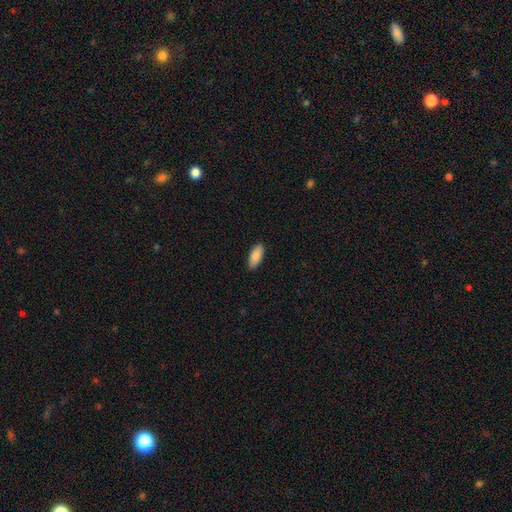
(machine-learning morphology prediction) A smooth galaxy with no disk features (88%) that is in between round and cigar-shaped (85%).

Vote fractions:
- Smooth or featured? smooth: 88% / star or artifact: 6% / featured or disk: 6%
- How rounded? in between: 85% / cigar-shaped: 13% / round: 2%
- Merging? none: 89% / minor disturbance: 9% / major disturbance: 2% / merger: 1%